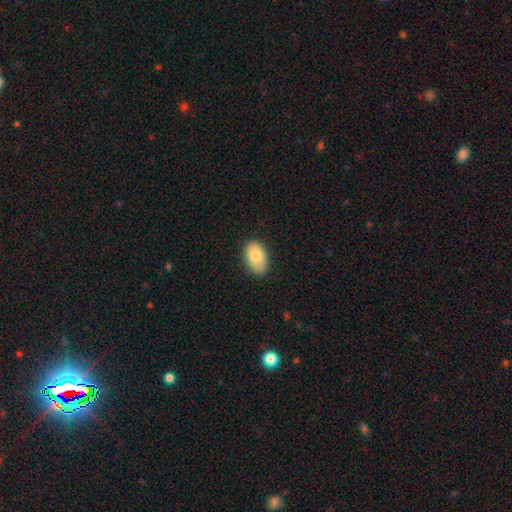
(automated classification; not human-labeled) This is clearly a smooth galaxy (83%). How rounded: clearly in between (90%). Merging: clearly none (81%).